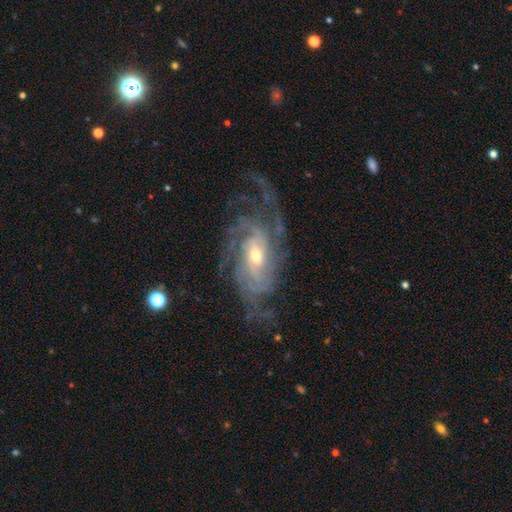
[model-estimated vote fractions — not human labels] This appears to be a featured or disk galaxy (90%) with no bar (48%), 4 (25%) tight (56%) spiral arms (97%) and a moderate central bulge (48%). Merging: none (68%).